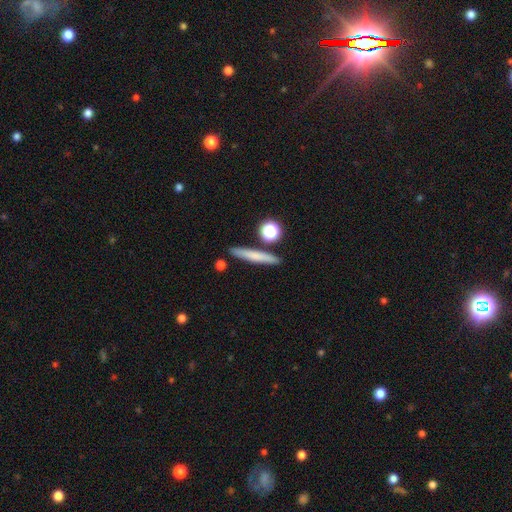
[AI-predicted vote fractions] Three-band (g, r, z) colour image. It shows a smooth galaxy with no disk features (66%) that is cigar-shaped (88%). Merging: none (86%).